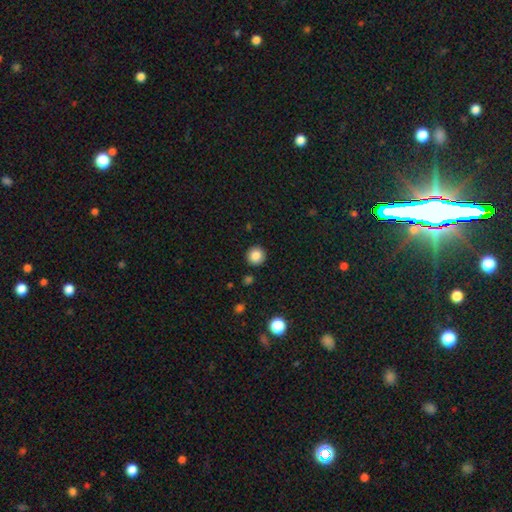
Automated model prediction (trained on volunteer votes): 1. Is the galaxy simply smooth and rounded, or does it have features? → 86% smooth, 10% star or artifact, 4% featured or disk.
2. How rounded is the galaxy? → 95% round, 4% in between, 1% cigar-shaped.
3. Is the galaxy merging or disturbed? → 91% none, 5% minor disturbance, 2% major disturbance, 2% merger.